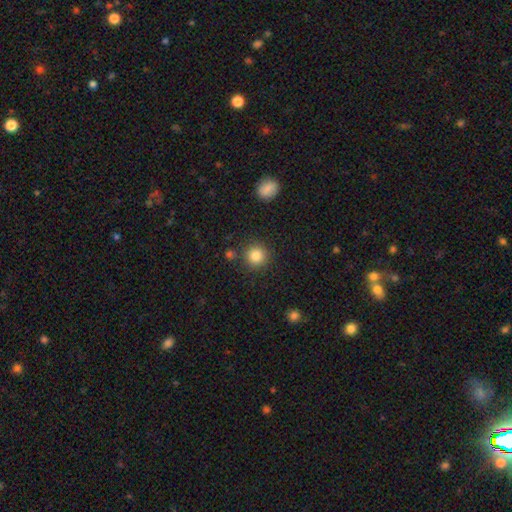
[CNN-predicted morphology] Overall: smooth (84%). How rounded: round (93%). Merging: none (86%).